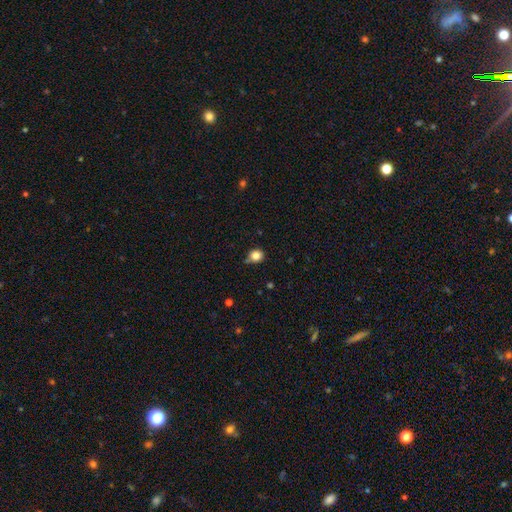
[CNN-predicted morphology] type=smooth (83%); roundness=round (83%); merging=none (70%).